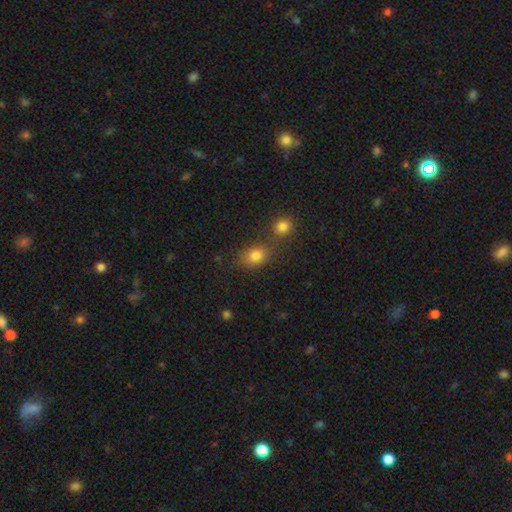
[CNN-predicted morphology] This is clearly a smooth galaxy (80%). How rounded: likely in between (66%). Merging: possibly none (59%).